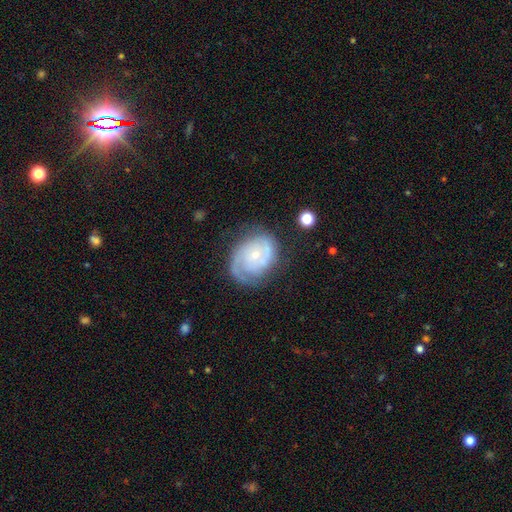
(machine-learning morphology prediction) smooth-or-featured: featured or disk: 82% | smooth: 12% | star or artifact: 6%
  disk-edge-on: no: 98% | yes: 2%
    bar: no: 73% | weak: 23% | strong: 4%
    has-spiral-arms: yes: 94% | no: 6%
      spiral-winding: tight: 54% | medium: 35% | loose: 12%
      spiral-arm-count: 2: 52% | can't tell: 20% | 3: 12% | 1: 11% | 4: 3% | more than 4: 3%
    bulge-size: small: 68% | moderate: 28% | none: 2% | large: 1% | dominant: 1%
  merging: none: 66% | minor disturbance: 21% | major disturbance: 11% | merger: 2%